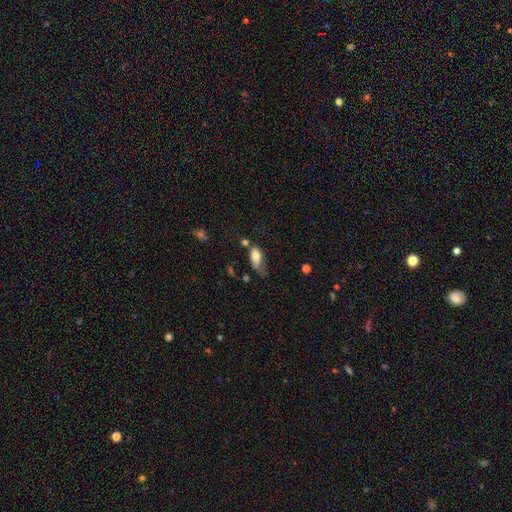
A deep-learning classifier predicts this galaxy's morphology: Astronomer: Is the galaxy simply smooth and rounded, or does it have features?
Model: smooth — 76%.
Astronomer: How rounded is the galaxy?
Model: in between — 87%.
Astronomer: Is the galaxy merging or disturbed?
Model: minor disturbance — 36% (runner-up: major disturbance, 29%).